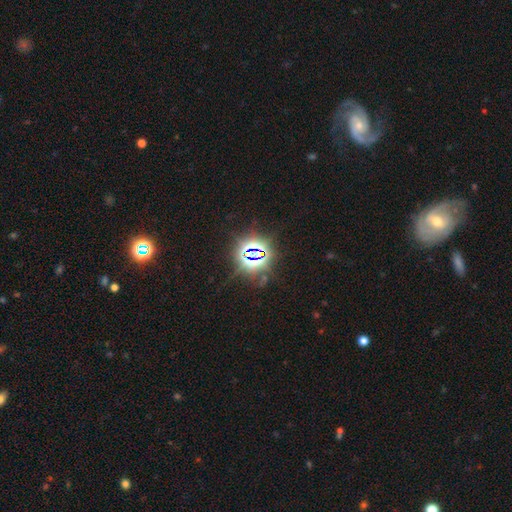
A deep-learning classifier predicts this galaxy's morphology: The model was most divided on "smooth or featured": star or artifact: 81%, smooth: 11%, featured or disk: 8%.